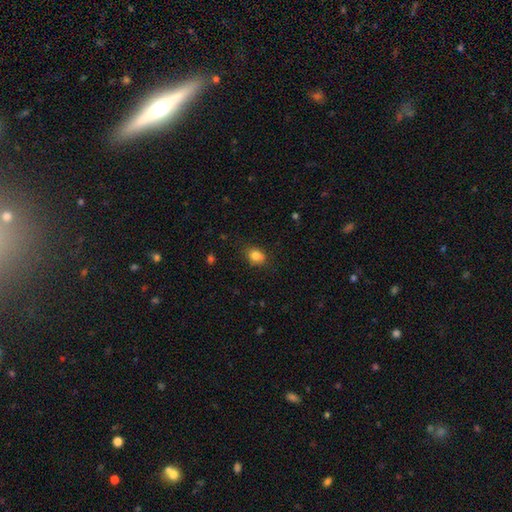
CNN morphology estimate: Smooth or featured? smooth (84%)
How rounded? in between (58%)
Merging? none (79%)